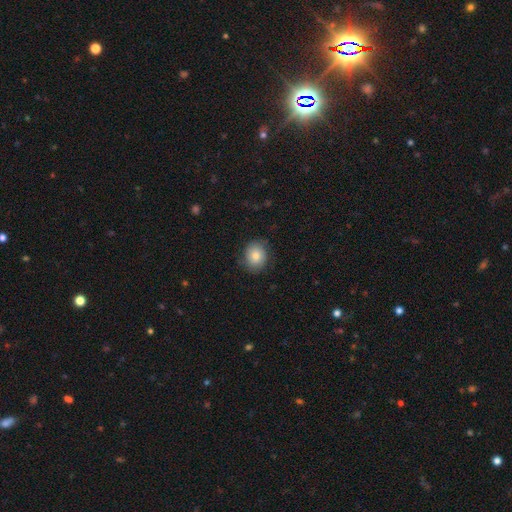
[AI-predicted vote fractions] Q: Smooth or featured?
A: smooth (79%); runner-up: featured or disk (13%)
Q: How rounded?
A: round (66%); runner-up: in between (33%)
Q: Merging?
A: none (79%); runner-up: minor disturbance (16%)